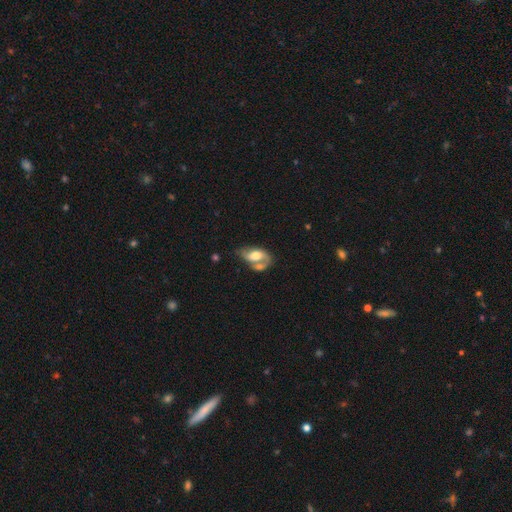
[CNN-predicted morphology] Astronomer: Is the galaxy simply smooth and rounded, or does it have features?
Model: featured or disk — 57% (runner-up: smooth, 36%).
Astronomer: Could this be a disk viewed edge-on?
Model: no — 94%.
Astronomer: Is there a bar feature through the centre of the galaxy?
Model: no — 53% (runner-up: weak, 34%).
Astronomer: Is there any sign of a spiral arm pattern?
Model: yes — 70%.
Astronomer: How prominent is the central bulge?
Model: moderate — 58%.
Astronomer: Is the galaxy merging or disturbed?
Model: merger — 40% (runner-up: none, 27%).